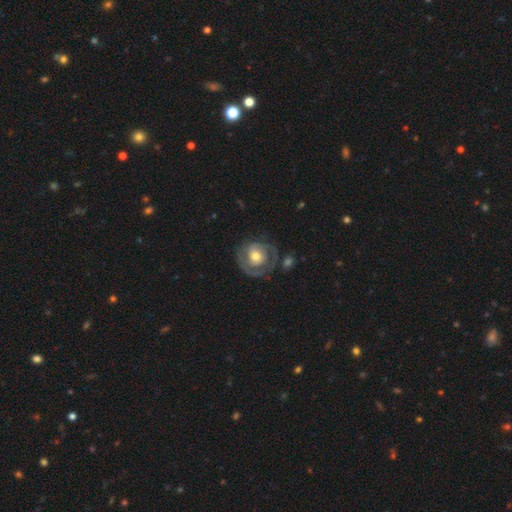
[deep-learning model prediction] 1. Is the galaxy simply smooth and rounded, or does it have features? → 71% featured or disk, 24% smooth, 5% star or artifact.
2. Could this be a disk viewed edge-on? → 97% no, 3% yes.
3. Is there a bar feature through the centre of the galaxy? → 72% no, 22% weak, 6% strong.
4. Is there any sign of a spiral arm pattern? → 75% yes, 25% no.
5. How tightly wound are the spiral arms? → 61% tight, 28% medium, 11% loose.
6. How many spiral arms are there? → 45% 2, 23% can't tell, 21% 1, 6% 3, 2% 4, 2% more than 4.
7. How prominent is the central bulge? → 67% moderate, 17% large, 14% small, 1% dominant, 1% none.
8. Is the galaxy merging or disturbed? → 64% none, 19% minor disturbance, 13% major disturbance, 4% merger.